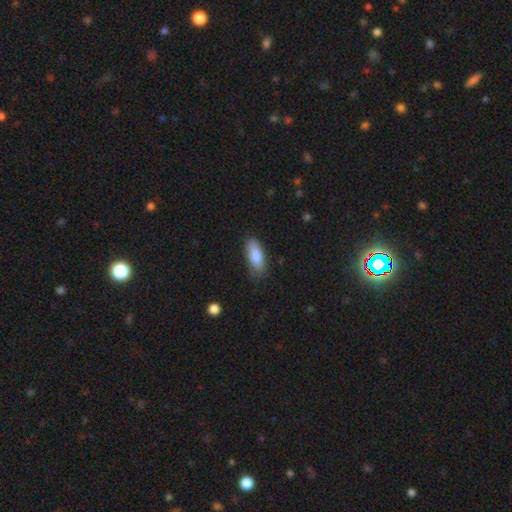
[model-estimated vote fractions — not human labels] A smooth galaxy with no disk features (85%) that is in between round and cigar-shaped (76%). Merging: none (76%).